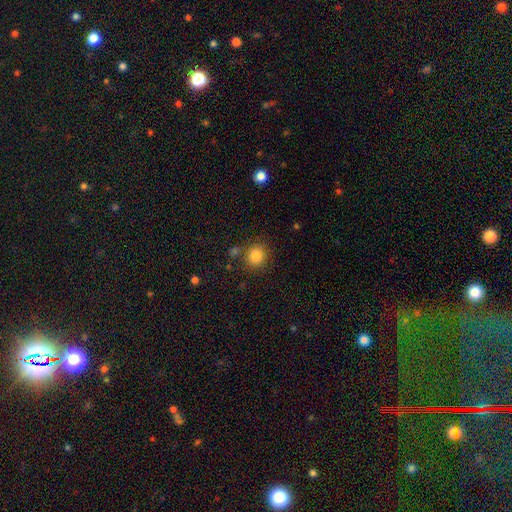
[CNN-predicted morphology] A smooth galaxy with no disk features (83%) that is round (82%).

Vote fractions:
- Smooth or featured? smooth: 83% / star or artifact: 11% / featured or disk: 6%
- How rounded? round: 82% / in between: 17% / cigar-shaped: 1%
- Merging? none: 81% / minor disturbance: 10% / merger: 6% / major disturbance: 3%